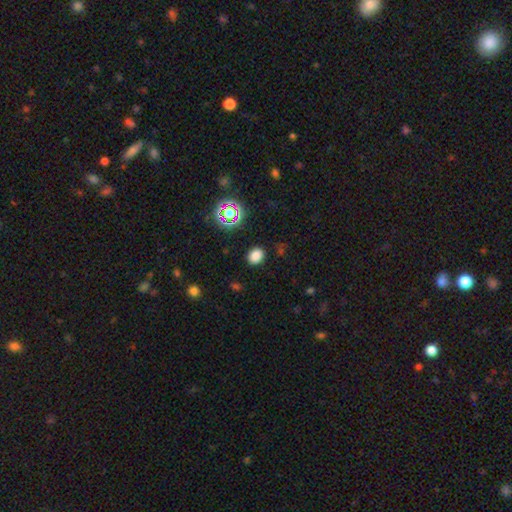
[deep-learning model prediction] This is likely a smooth galaxy (78%). How rounded: possibly in between (53%). Merging: clearly none (87%).